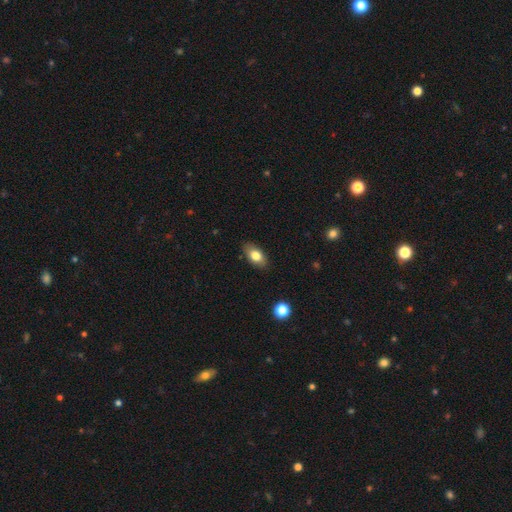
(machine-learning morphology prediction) A smooth galaxy with no disk features (79%) that is in between round and cigar-shaped (89%). Merging: none (86%).